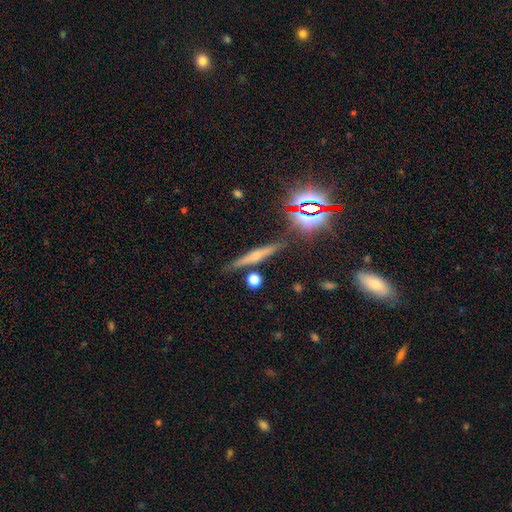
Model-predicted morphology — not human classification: Smooth or featured? Predicted: featured or disk (p=0.51). Edge-on disk? Predicted: yes (p=0.94). Merging? Predicted: none (p=0.83).